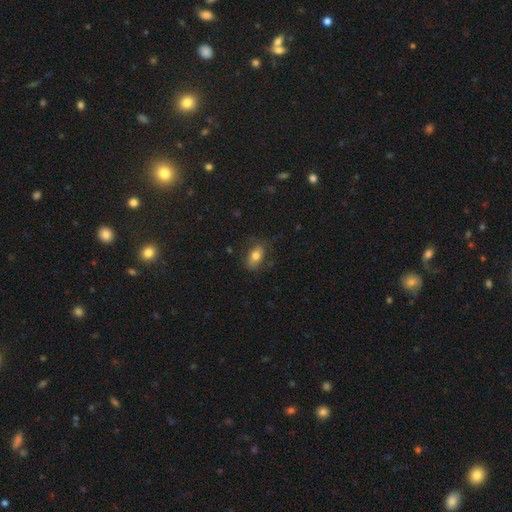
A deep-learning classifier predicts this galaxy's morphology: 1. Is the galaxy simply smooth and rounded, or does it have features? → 76% smooth, 16% featured or disk, 8% star or artifact.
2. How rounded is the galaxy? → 88% in between, 9% round, 4% cigar-shaped.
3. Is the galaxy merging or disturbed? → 73% none, 19% minor disturbance, 6% major disturbance, 1% merger.